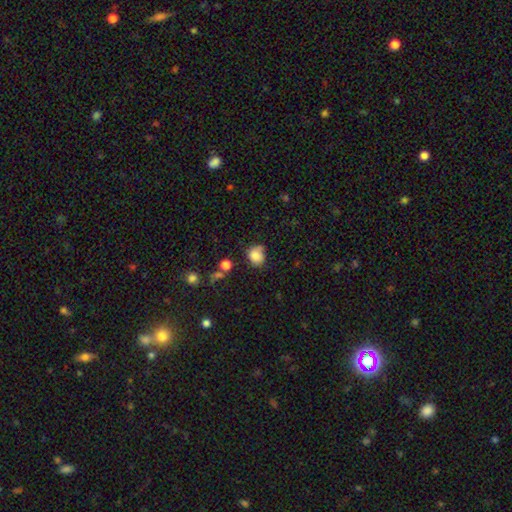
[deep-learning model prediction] Smooth or featured? Predicted: smooth (p=0.80). How rounded? Predicted: round (p=0.66). Merging? Predicted: none (p=0.53).